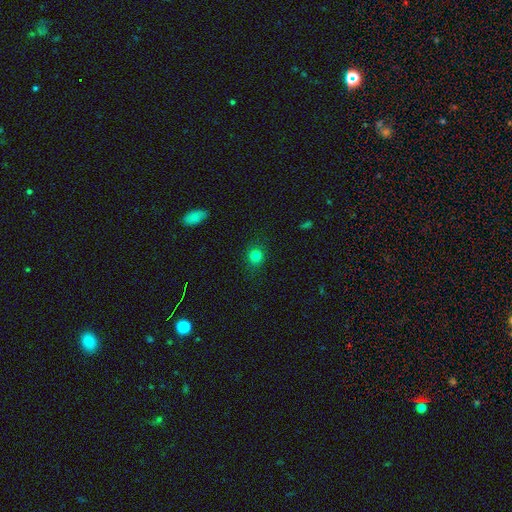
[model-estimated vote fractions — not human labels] smooth_or_featured: smooth (p=0.80) [alt: star or artifact p=0.14]
how_rounded: round (p=0.85) [alt: in between p=0.14]
merging: none (p=0.87) [alt: minor disturbance p=0.10]